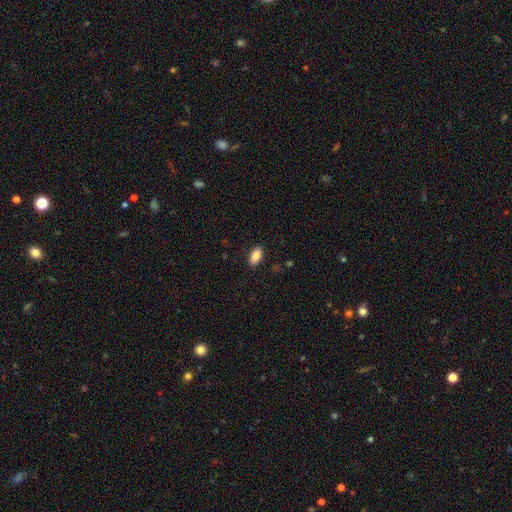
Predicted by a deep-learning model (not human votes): Smooth or featured?
  - smooth: 88% *
  - star or artifact: 7%
  - featured or disk: 4%
How rounded?
  - in between: 92% *
  - cigar-shaped: 5%
  - round: 3%
Merging?
  - none: 88% *
  - minor disturbance: 9%
  - major disturbance: 2%
  - merger: 1%